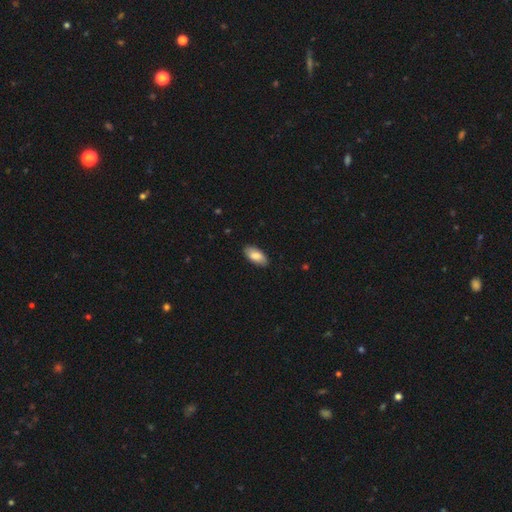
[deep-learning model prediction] This is clearly a smooth galaxy (84%). How rounded: clearly in between (92%). Merging: clearly none (87%).